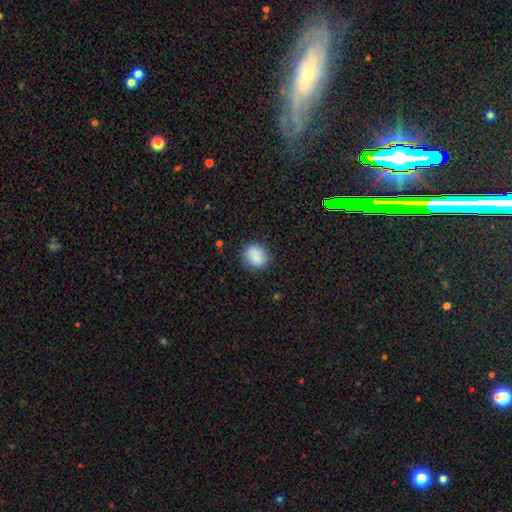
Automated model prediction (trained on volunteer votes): smooth_or_featured: smooth (p=0.87) [alt: star or artifact p=0.08]
how_rounded: round (p=0.65) [alt: in between p=0.34]
merging: none (p=0.82) [alt: minor disturbance p=0.13]